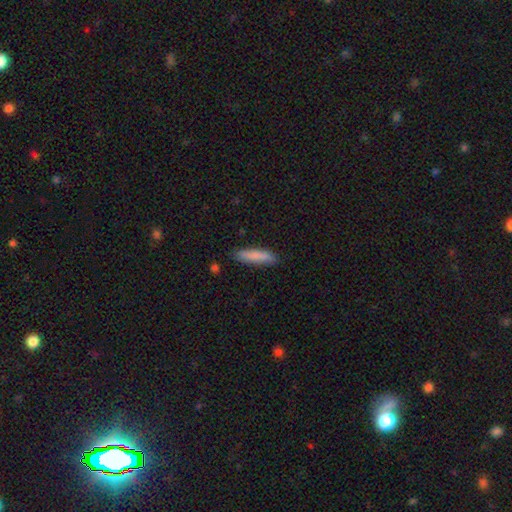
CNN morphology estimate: Smooth or featured?
  - smooth: 83% *
  - featured or disk: 11%
  - star or artifact: 6%
How rounded?
  - cigar-shaped: 81% *
  - in between: 18%
  - round: 1%
Merging?
  - none: 84% *
  - minor disturbance: 12%
  - major disturbance: 2%
  - merger: 2%